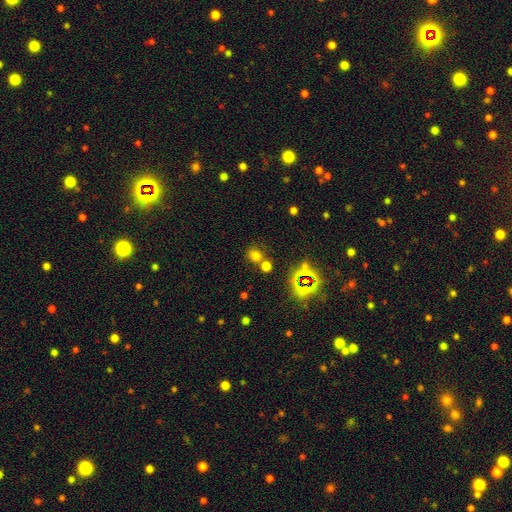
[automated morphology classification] Smooth or featured?
  - smooth: 61% *
  - star or artifact: 31%
  - featured or disk: 8%
How rounded?
  - round: 81% *
  - in between: 18%
  - cigar-shaped: 1%
Merging?
  - none: 64% *
  - merger: 24%
  - minor disturbance: 9%
  - major disturbance: 4%